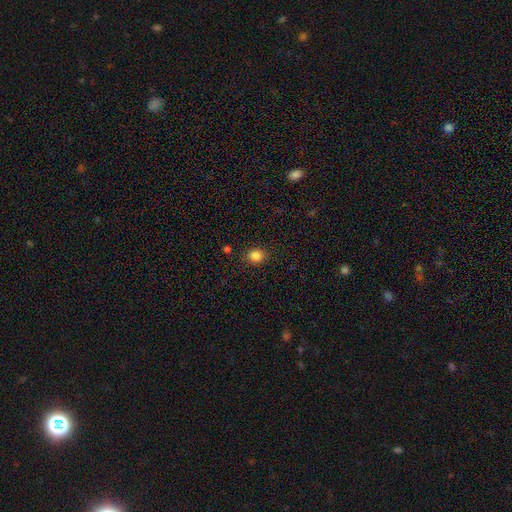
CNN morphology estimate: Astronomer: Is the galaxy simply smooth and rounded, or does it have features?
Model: smooth — 84%.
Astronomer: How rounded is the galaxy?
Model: round — 65%.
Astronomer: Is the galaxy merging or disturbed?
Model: none — 89%.